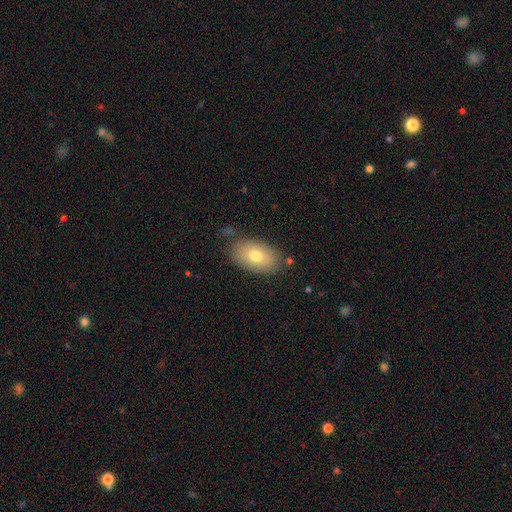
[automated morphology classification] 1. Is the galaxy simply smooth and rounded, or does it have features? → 75% smooth, 18% featured or disk, 8% star or artifact.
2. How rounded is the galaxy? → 91% in between, 7% round, 1% cigar-shaped.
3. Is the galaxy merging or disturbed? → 78% none, 15% minor disturbance, 4% major disturbance, 3% merger.